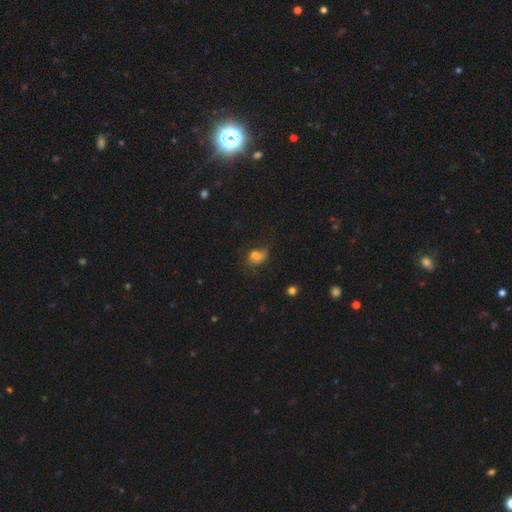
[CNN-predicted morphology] smooth 70%, featured or disk 16%, star or artifact 14%. Down the decision tree: how rounded — in between (68%); merging — none (42%).